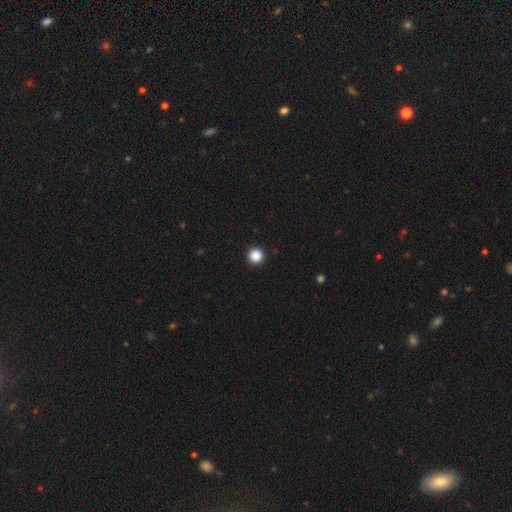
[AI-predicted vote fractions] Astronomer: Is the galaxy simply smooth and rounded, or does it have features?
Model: smooth — 87%.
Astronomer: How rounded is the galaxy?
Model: round — 97%.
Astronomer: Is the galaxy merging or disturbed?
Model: none — 94%.